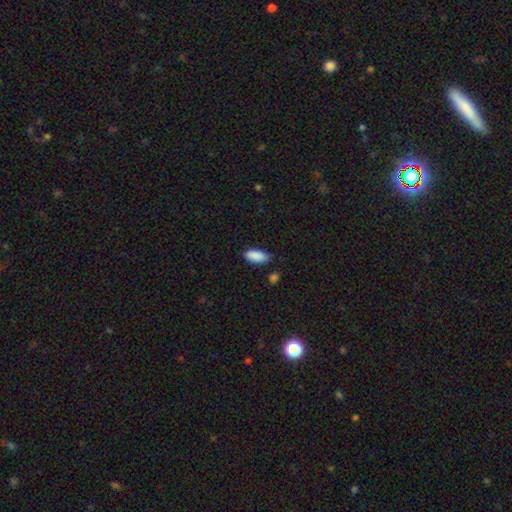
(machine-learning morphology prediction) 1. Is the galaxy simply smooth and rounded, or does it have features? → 90% smooth, 6% star or artifact, 4% featured or disk.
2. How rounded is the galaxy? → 87% in between, 11% cigar-shaped, 2% round.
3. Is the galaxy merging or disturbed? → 82% none, 13% minor disturbance, 3% major disturbance, 3% merger.